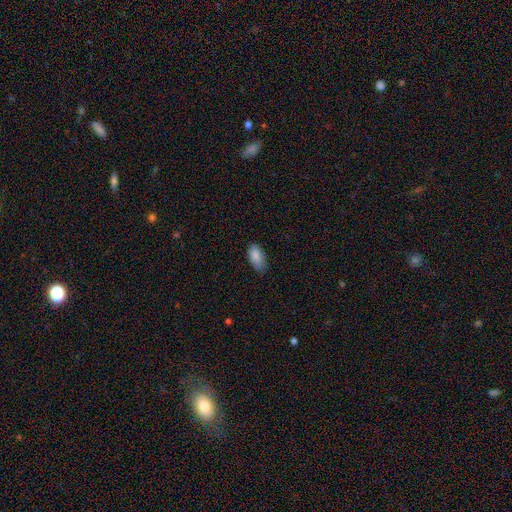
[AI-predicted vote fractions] Smooth or featured?
  - smooth: 87% *
  - star or artifact: 7%
  - featured or disk: 6%
How rounded?
  - in between: 92% *
  - cigar-shaped: 5%
  - round: 2%
Merging?
  - none: 72% *
  - minor disturbance: 23%
  - major disturbance: 4%
  - merger: 1%